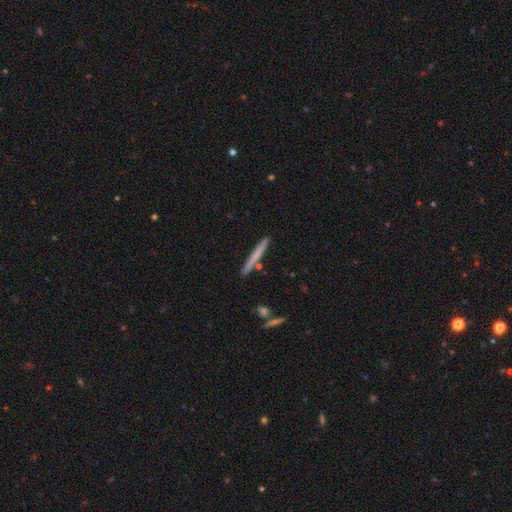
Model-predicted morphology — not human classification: smooth 57%, featured or disk 37%, star or artifact 6%. Down the decision tree: how rounded — cigar-shaped (96%); merging — none (89%).